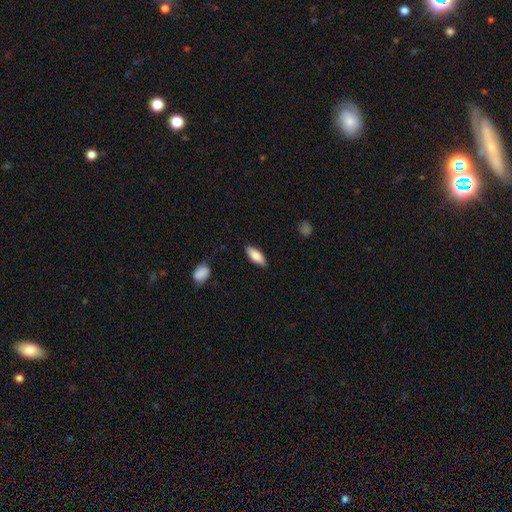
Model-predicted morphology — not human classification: Q: Smooth or featured?
A: smooth (81%); runner-up: featured or disk (13%)
Q: How rounded?
A: in between (76%); runner-up: cigar-shaped (22%)
Q: Merging?
A: none (86%); runner-up: minor disturbance (11%)